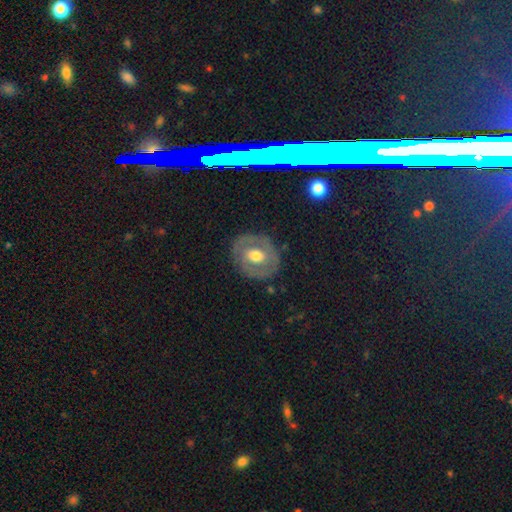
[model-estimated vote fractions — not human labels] Smooth or featured?
  - featured or disk: 55% *
  - smooth: 39%
  - star or artifact: 6%
Edge-on disk?
  - no: 95% *
  - yes: 5%
Bar?
  - no: 62% *
  - weak: 28%
  - strong: 10%
Spiral arms?
  - no: 71% *
  - yes: 29%
Bulge size?
  - moderate: 66% *
  - large: 23%
  - small: 8%
  - dominant: 1%
  - none: 1%
Merging?
  - none: 78% *
  - minor disturbance: 14%
  - major disturbance: 6%
  - merger: 1%